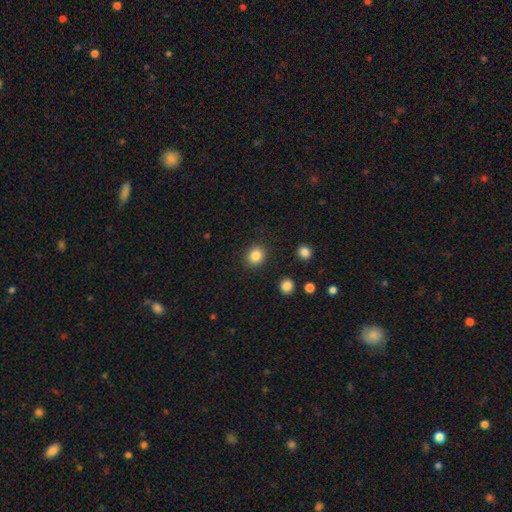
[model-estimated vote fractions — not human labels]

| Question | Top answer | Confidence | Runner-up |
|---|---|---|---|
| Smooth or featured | smooth | 85% | star or artifact (10%) |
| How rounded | round | 82% | in between (17%) |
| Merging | none | 89% | minor disturbance (7%) |